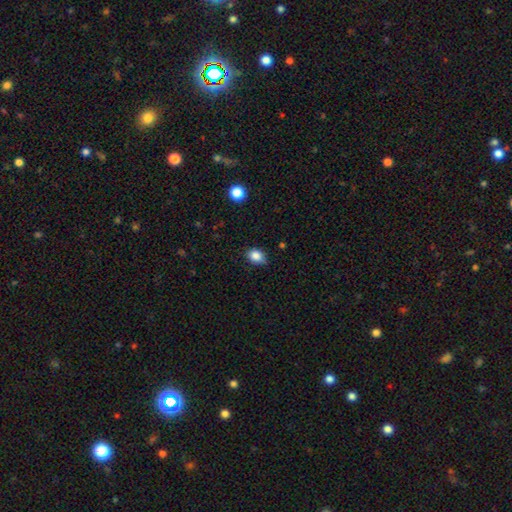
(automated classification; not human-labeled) Overall: smooth (85%). How rounded: in between (68%; round 31%). Merging: none (77%).